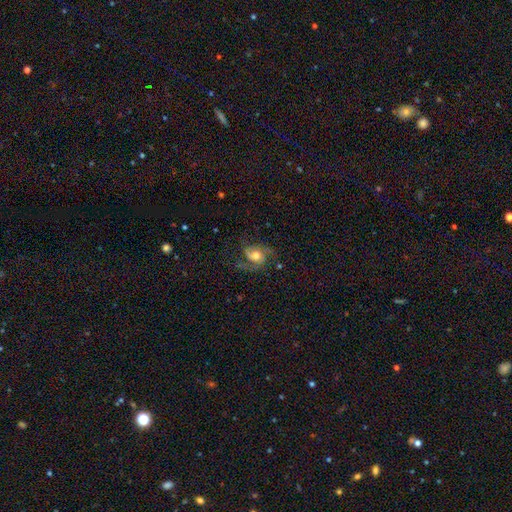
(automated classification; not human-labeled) This is likely a featured or disk galaxy (71%). It is clearly not viewed edge-on (97%). Bar: likely no (68%). Spiral arm pattern: clearly yes (93%). Spiral arm count: likely 2 (73%). Spiral winding: possibly medium (48%). Central bulge: likely moderate (63%). Merging: likely none (61%).